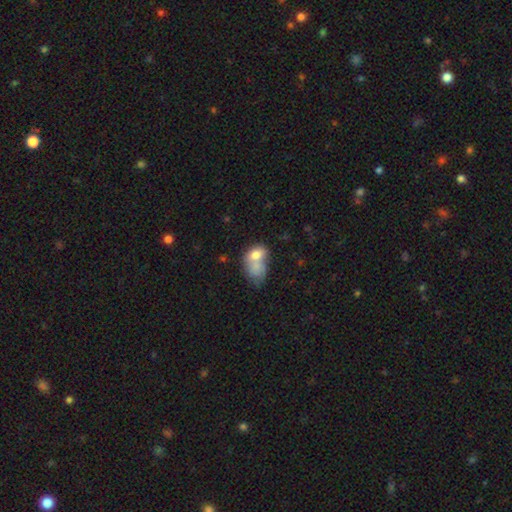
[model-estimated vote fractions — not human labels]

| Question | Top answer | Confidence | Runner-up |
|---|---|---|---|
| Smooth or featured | smooth | 72% | featured or disk (20%) |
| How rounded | in between | 76% | round (23%) |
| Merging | merger | 64% | none (17%) |